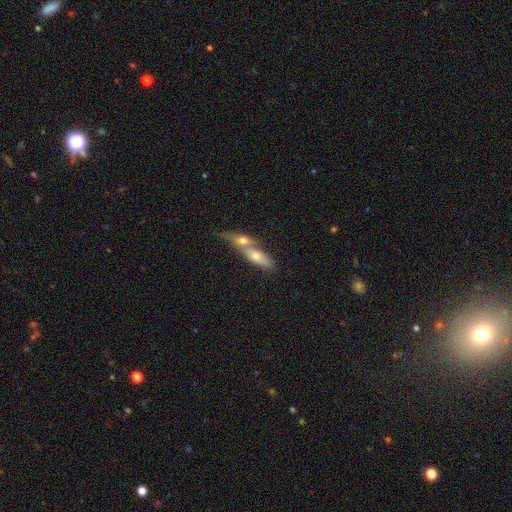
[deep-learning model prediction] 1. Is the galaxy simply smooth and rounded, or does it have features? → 54% smooth, 38% featured or disk, 8% star or artifact.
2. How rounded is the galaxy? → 49% cigar-shaped, 47% in between, 4% round.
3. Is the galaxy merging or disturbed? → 64% merger, 24% none, 8% minor disturbance, 4% major disturbance.